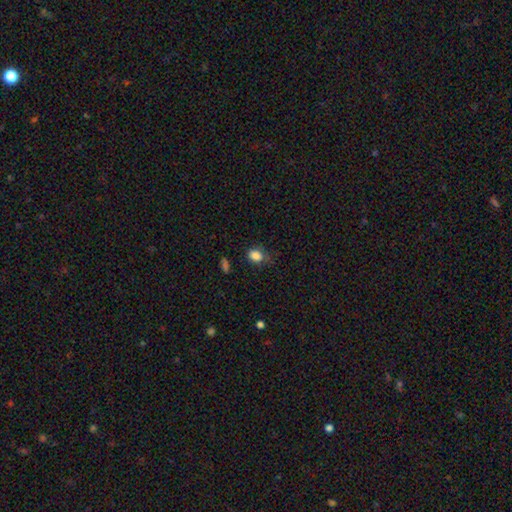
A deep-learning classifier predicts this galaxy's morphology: The model was most divided on "how rounded": in between: 58%, round: 40%, cigar-shaped: 1%. More confident: smooth or featured — smooth (84%); merging — none (62%).